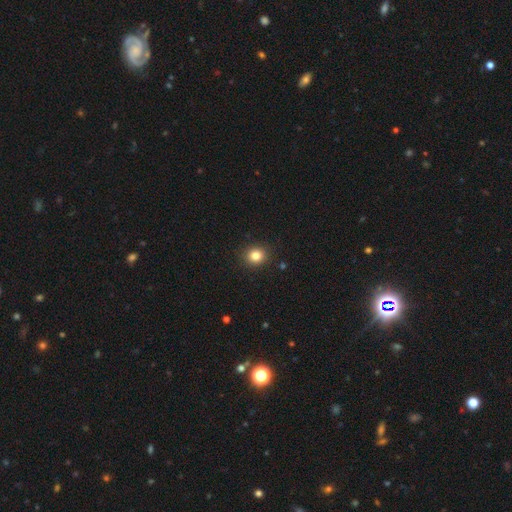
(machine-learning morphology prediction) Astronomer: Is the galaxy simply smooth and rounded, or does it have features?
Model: smooth — 83%.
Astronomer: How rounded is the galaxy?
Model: round — 81%.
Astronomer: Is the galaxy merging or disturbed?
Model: none — 91%.